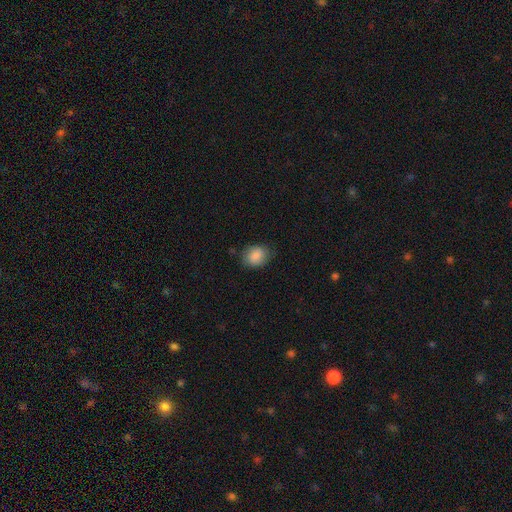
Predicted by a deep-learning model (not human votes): Overall: smooth (87%). How rounded: in between (53%; round 46%). Merging: none (77%).